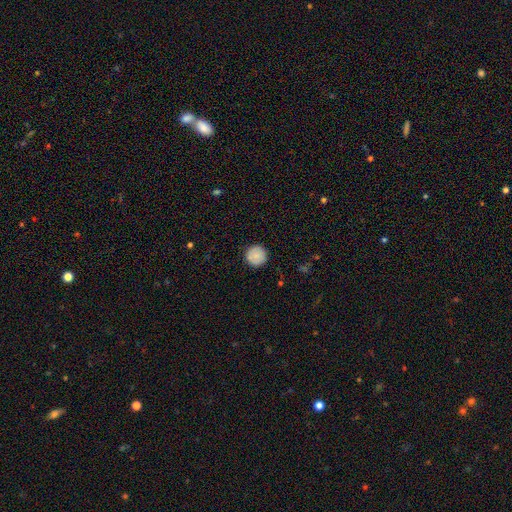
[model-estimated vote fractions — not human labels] This is clearly a smooth galaxy (84%). How rounded: clearly round (96%). Merging: clearly none (90%).